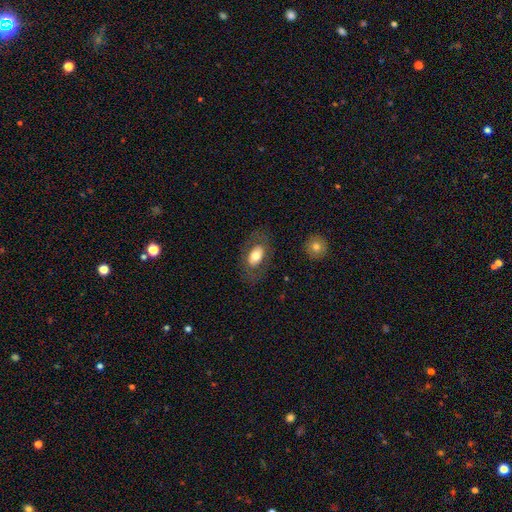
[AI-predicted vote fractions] Overall: smooth (67%). How rounded: in between (90%). Merging: none (77%).